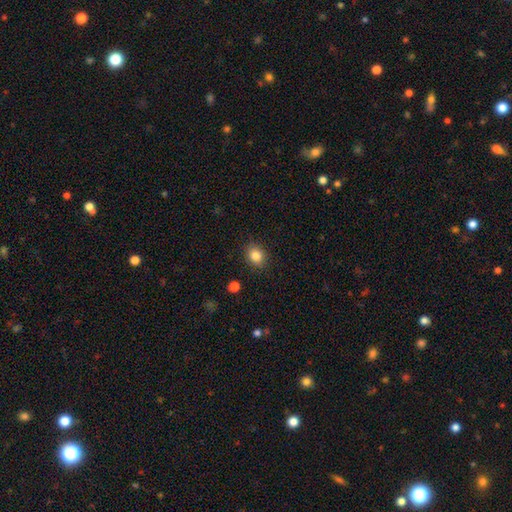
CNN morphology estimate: Smooth or featured? smooth (84%)
How rounded? round (57%)
Merging? none (88%)